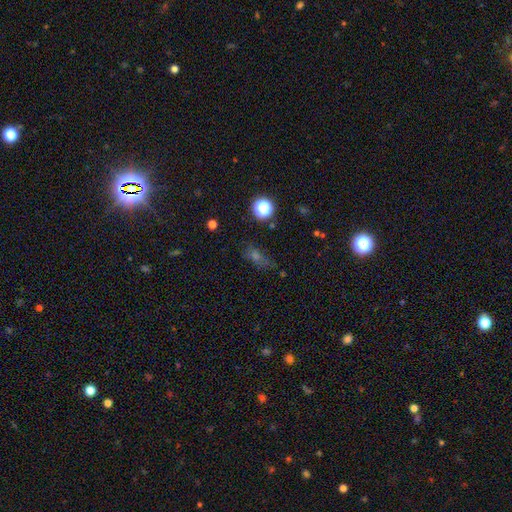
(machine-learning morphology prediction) Smooth or featured?
  - smooth: 47% *
  - star or artifact: 37%
  - featured or disk: 17%
Merging?
  - none: 68% *
  - minor disturbance: 19%
  - major disturbance: 9%
  - merger: 4%